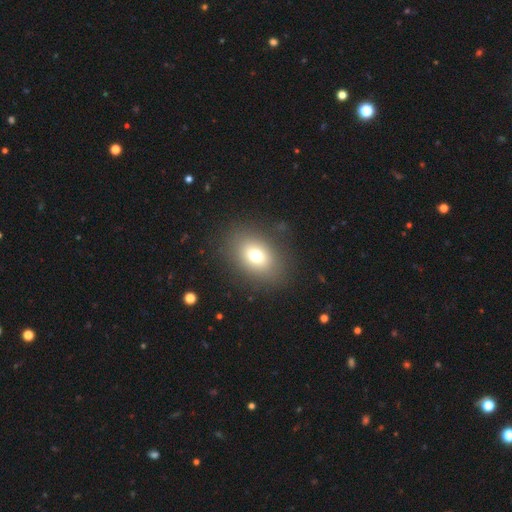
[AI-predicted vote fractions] Smooth or featured: smooth — 74% (featured or disk — 14%)
How rounded: in between — 71% (round — 28%)
Merging: none — 83% (minor disturbance — 10%)